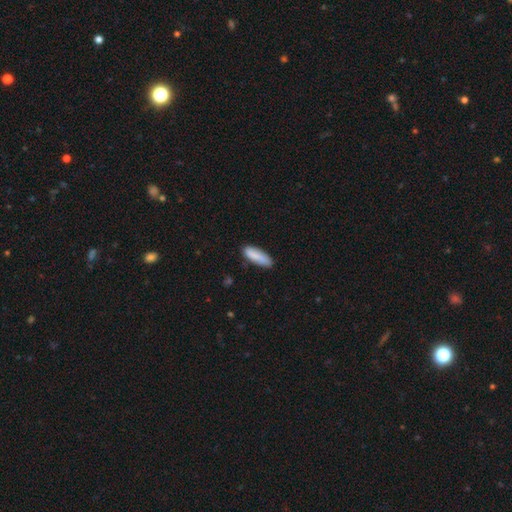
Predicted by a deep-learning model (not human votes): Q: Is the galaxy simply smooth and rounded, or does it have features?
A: smooth — 85%.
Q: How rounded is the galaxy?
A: in between — 51%.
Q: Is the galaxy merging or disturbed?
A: none — 76%.